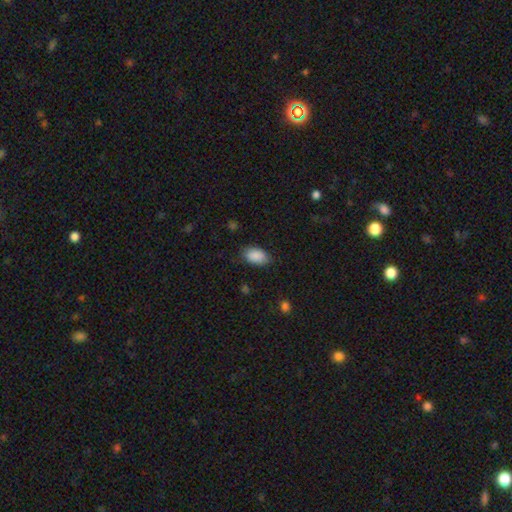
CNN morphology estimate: A smooth galaxy with no disk features (88%) that is in between round and cigar-shaped (92%). Merging: none (79%).